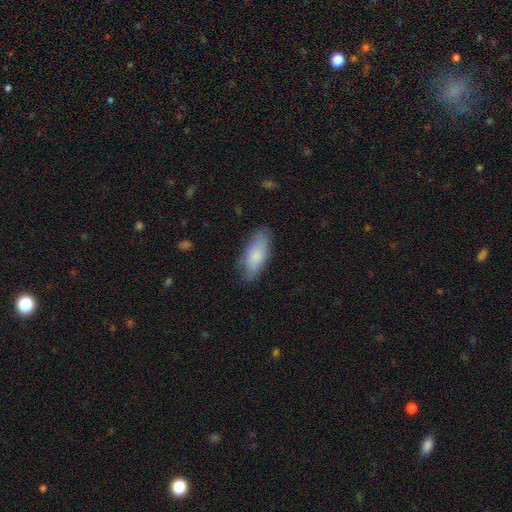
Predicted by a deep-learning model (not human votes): Smooth or featured? smooth (74%)
How rounded? in between (85%)
Merging? none (76%)